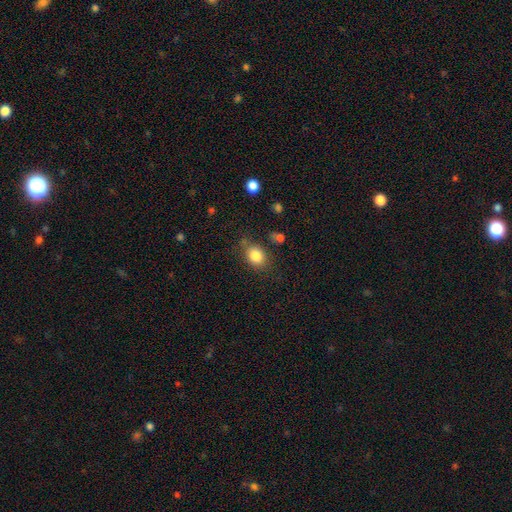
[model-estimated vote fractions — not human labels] Smooth or featured?
  - smooth: 84% *
  - star or artifact: 9%
  - featured or disk: 7%
How rounded?
  - in between: 57% *
  - round: 42%
  - cigar-shaped: 1%
Merging?
  - none: 75% *
  - minor disturbance: 16%
  - major disturbance: 5%
  - merger: 4%